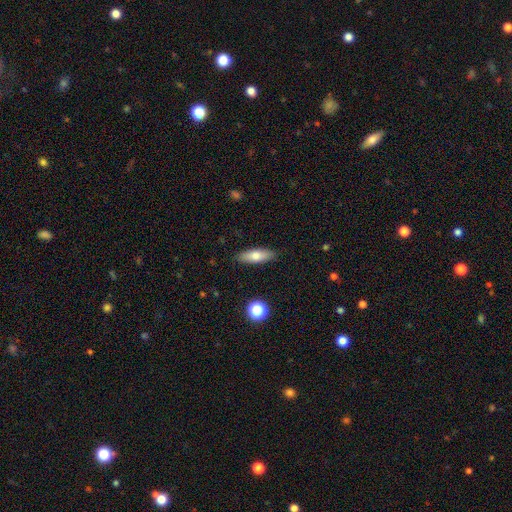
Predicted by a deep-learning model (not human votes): Morphology: type=smooth (72%); roundness=in between (55%); merging=none (88%).